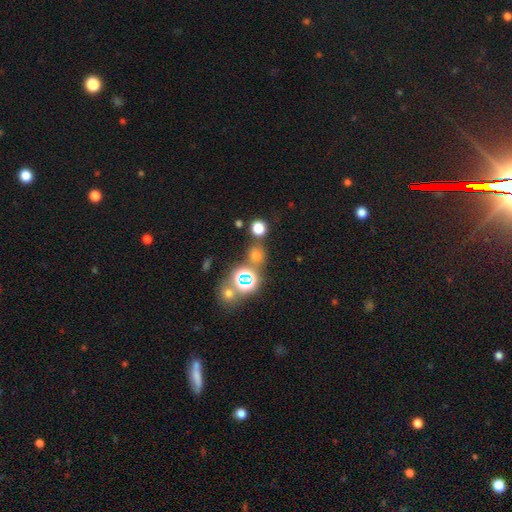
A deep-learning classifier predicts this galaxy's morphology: smooth-or-featured: smooth: 49% | star or artifact: 44% | featured or disk: 7%
  merging: none: 76% | merger: 12% | minor disturbance: 8% | major disturbance: 4%